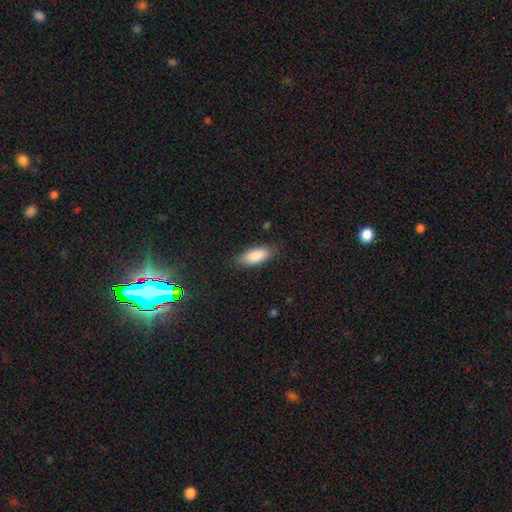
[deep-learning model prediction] A smooth galaxy with no disk features (87%) that is in between round and cigar-shaped (78%).

Vote fractions:
- Smooth or featured? smooth: 87% / featured or disk: 7% / star or artifact: 6%
- How rounded? in between: 78% / cigar-shaped: 20% / round: 2%
- Merging? none: 84% / minor disturbance: 12% / major disturbance: 3% / merger: 1%